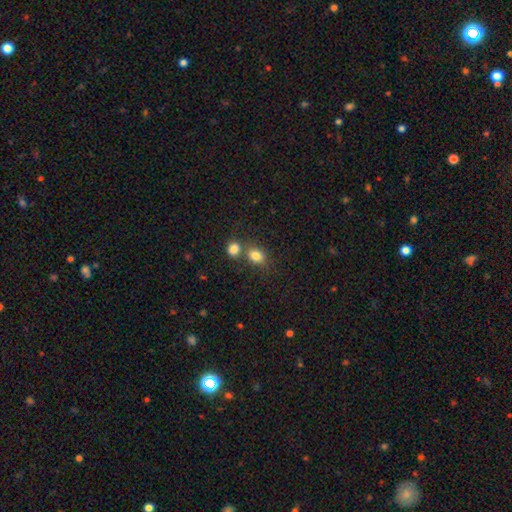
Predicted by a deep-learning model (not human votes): Smooth or featured? Predicted: smooth (p=0.81). How rounded? Predicted: in between (p=0.51). Merging? Predicted: none (p=0.52).